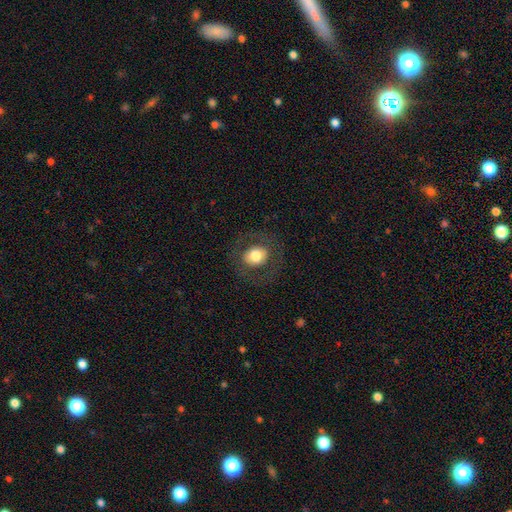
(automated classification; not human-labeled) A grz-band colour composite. It shows a smooth galaxy with no disk features (67%) that is round (68%). Merging: none (81%).